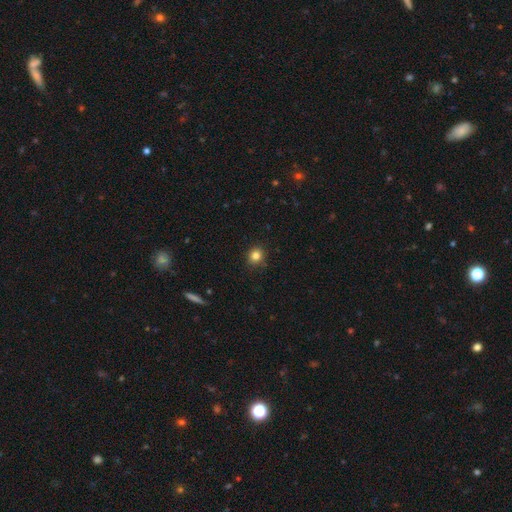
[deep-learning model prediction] This appears to be a smooth galaxy with no disk features (83%) that is round (85%). Merging: none (88%).